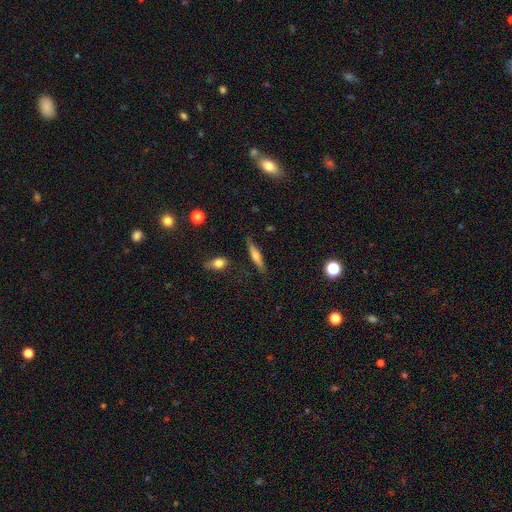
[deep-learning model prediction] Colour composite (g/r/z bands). It shows a featured or disk galaxy (49%). Merging: none (81%).